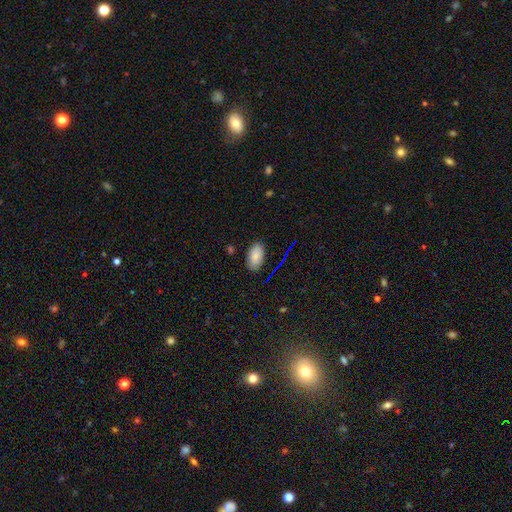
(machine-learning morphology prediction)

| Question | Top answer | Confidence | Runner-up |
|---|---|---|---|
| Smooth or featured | smooth | 84% | star or artifact (9%) |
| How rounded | in between | 94% | round (4%) |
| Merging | none | 84% | minor disturbance (12%) |